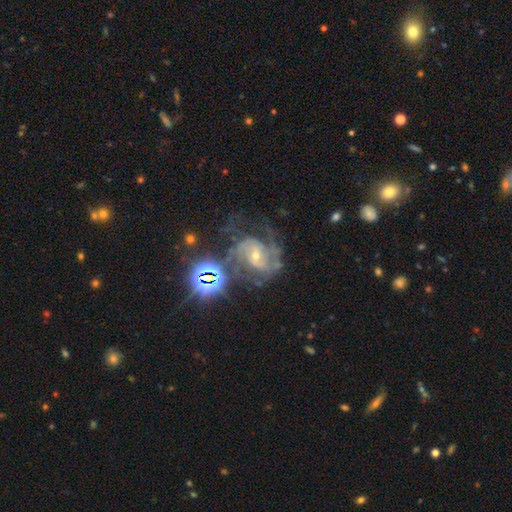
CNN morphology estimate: Smooth or featured? featured or disk (77%)
Edge-on disk? no (97%)
Bar? no (45%)
Spiral arms? yes (94%)
Spiral winding? medium (47%)
Spiral arm count? 2 (51%)
Bulge size? small (62%)
Merging? none (50%)